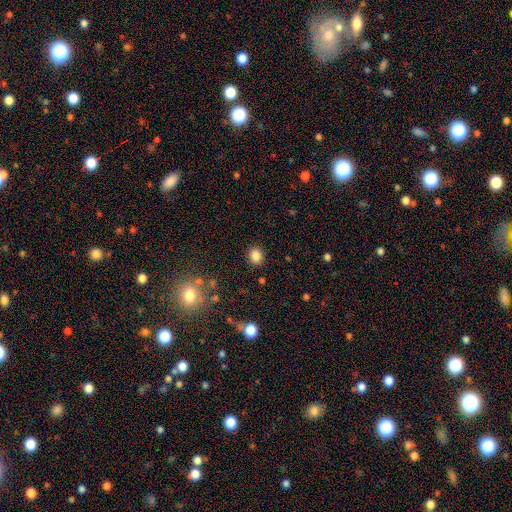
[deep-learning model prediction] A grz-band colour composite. It shows a smooth galaxy with no disk features (84%) that is round (67%). Merging: none (88%).